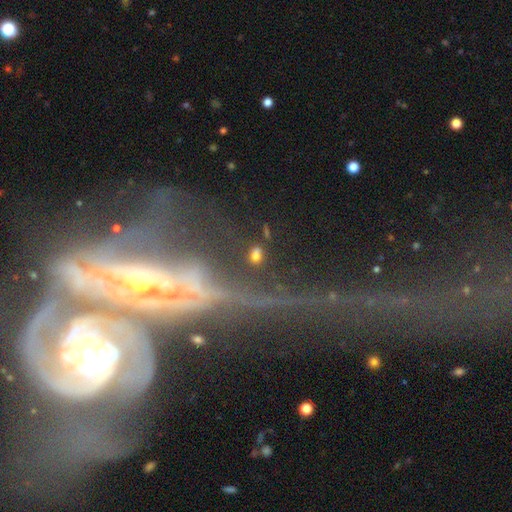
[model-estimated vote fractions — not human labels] smooth 69%, star or artifact 19%, featured or disk 12%. Down the decision tree: how rounded — in between (73%); merging — none (76%).